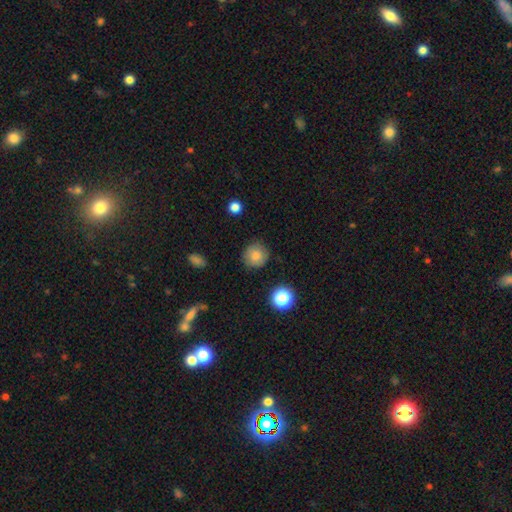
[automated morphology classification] Overall: smooth (79%). How rounded: round (92%). Merging: none (86%).